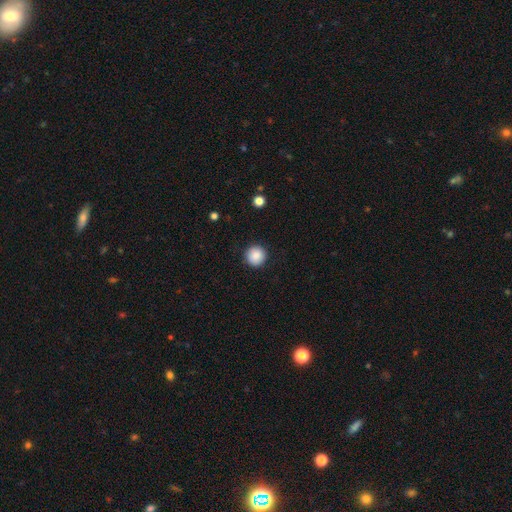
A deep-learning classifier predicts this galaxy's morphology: smooth 88%, star or artifact 9%, featured or disk 4%. Down the decision tree: how rounded — round (96%); merging — none (91%).